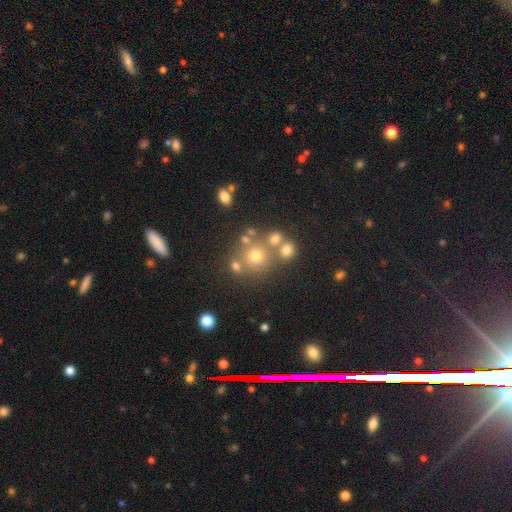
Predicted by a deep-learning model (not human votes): Morphology: type=smooth (61%); roundness=round (86%); merging=none (60%).